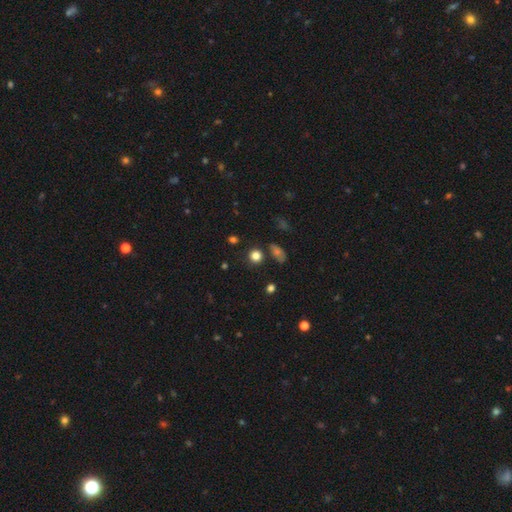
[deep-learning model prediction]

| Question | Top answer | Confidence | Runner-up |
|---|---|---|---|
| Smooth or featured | smooth | 81% | star or artifact (14%) |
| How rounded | round | 88% | in between (11%) |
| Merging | none | 82% | minor disturbance (9%) |